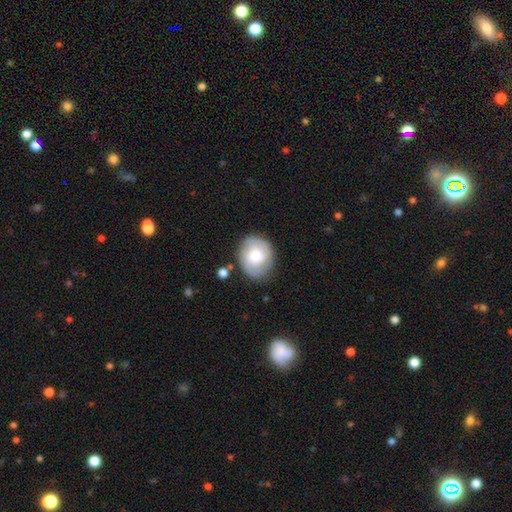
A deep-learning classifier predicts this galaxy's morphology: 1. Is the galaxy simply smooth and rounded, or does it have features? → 53% featured or disk, 40% smooth, 7% star or artifact.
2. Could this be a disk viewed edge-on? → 97% no, 3% yes.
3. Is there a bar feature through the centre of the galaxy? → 63% no, 31% weak, 6% strong.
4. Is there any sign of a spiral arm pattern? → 80% yes, 20% no.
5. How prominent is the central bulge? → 47% moderate, 27% large, 19% small, 4% none, 3% dominant.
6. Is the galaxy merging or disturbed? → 74% none, 17% minor disturbance, 5% major disturbance, 3% merger.